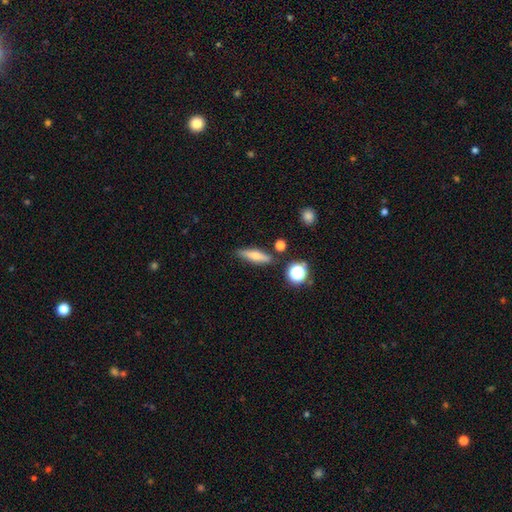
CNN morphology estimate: smooth 58%, featured or disk 33%, star or artifact 9%. Down the decision tree: how rounded — cigar-shaped (68%); merging — none (82%).